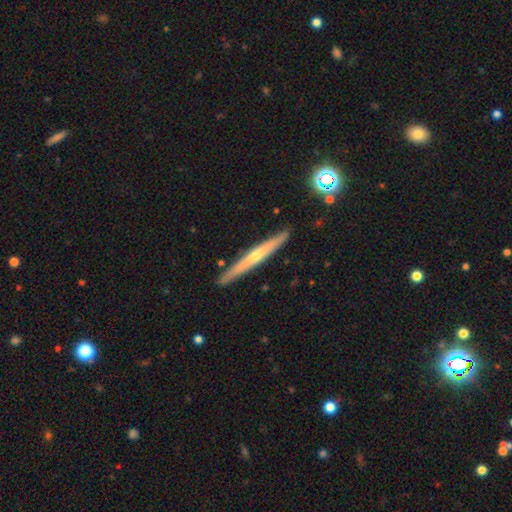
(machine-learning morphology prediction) A featured or disk galaxy (62%) viewed edge-on (96%) with a rounded central bulge (61%).

Vote fractions:
- Smooth or featured? featured or disk: 62% / smooth: 31% / star or artifact: 7%
- Edge-on disk? yes: 96% / no: 4%
- Edge-on bulge? rounded: 61% / none: 36% / boxy: 3%
- Merging? none: 90% / minor disturbance: 7% / merger: 1% / major disturbance: 1%